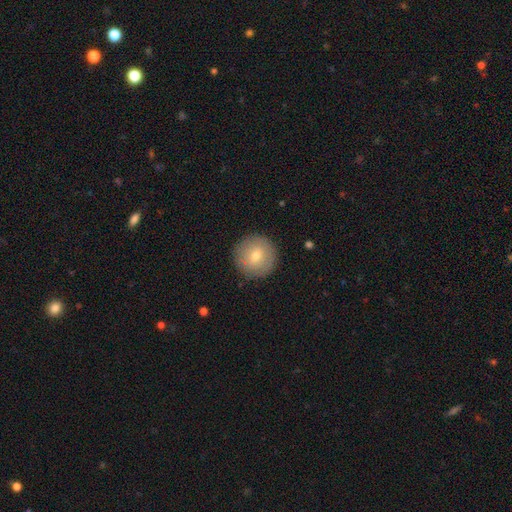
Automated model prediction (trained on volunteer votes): Smooth or featured? smooth (71%)
How rounded? round (96%)
Merging? none (90%)